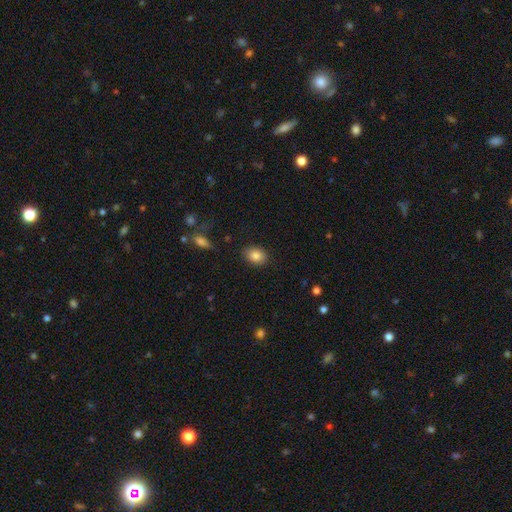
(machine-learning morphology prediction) Smooth or featured: smooth — 84% (star or artifact — 8%)
How rounded: in between — 71% (round — 28%)
Merging: none — 86% (minor disturbance — 10%)